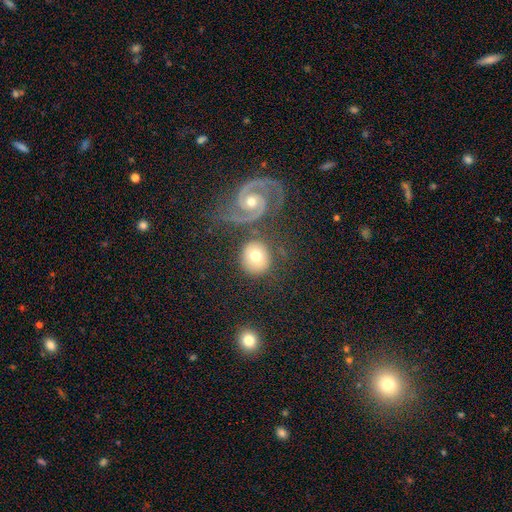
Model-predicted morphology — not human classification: This is possibly a smooth galaxy (55%). How rounded: clearly round (83%). Merging: likely none (73%).